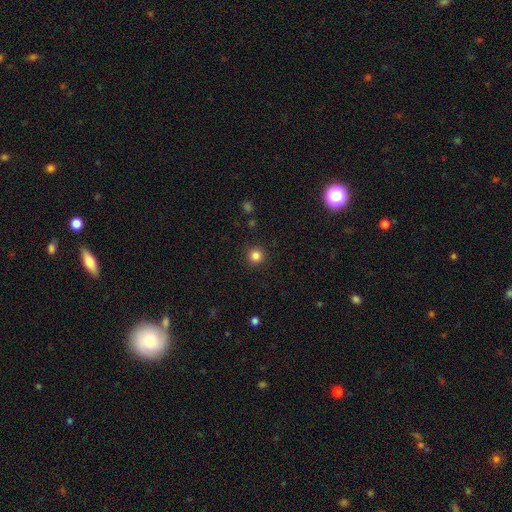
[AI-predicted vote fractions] A smooth galaxy with no disk features (84%) that is round (95%).

Vote fractions:
- Smooth or featured? smooth: 84% / star or artifact: 12% / featured or disk: 4%
- How rounded? round: 95% / in between: 4% / cigar-shaped: 1%
- Merging? none: 92% / minor disturbance: 5% / major disturbance: 2% / merger: 1%